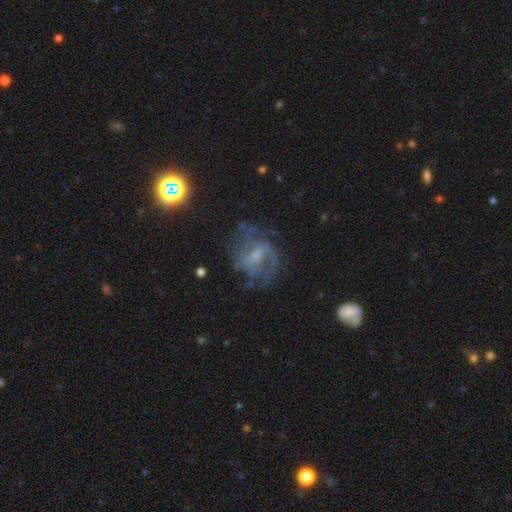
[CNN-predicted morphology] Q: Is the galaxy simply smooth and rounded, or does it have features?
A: featured or disk — 72%.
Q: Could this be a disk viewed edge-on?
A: no — 97%.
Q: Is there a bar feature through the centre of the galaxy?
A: weak — 53%.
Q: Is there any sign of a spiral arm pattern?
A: yes — 83%.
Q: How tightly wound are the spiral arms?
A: medium — 48%.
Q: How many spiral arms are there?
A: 2 — 50%.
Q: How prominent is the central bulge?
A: small — 40%.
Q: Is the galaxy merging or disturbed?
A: none — 56%.